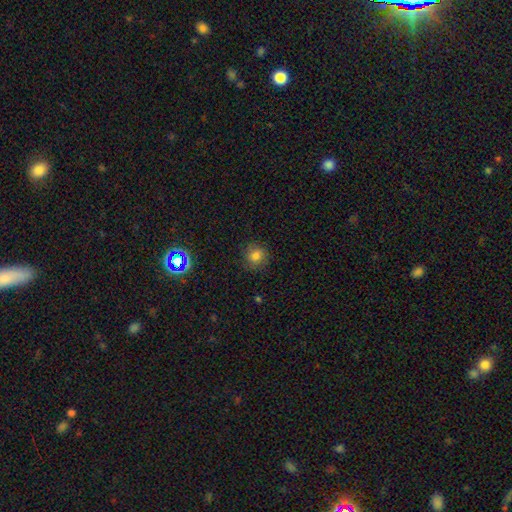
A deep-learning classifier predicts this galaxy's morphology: smooth_or_featured: smooth (p=0.77) [alt: star or artifact p=0.14]
how_rounded: round (p=0.87) [alt: in between p=0.12]
merging: none (p=0.82) [alt: minor disturbance p=0.13]